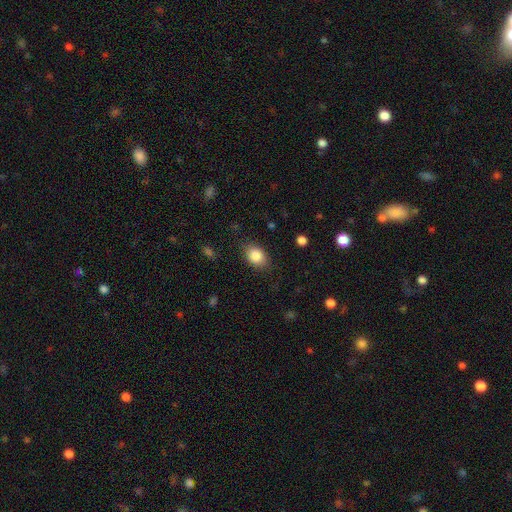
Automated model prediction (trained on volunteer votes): smooth-or-featured: smooth: 85% | star or artifact: 8% | featured or disk: 6%
  how-rounded: in between: 70% | round: 29% | cigar-shaped: 1%
  merging: none: 80% | minor disturbance: 15% | major disturbance: 4% | merger: 1%